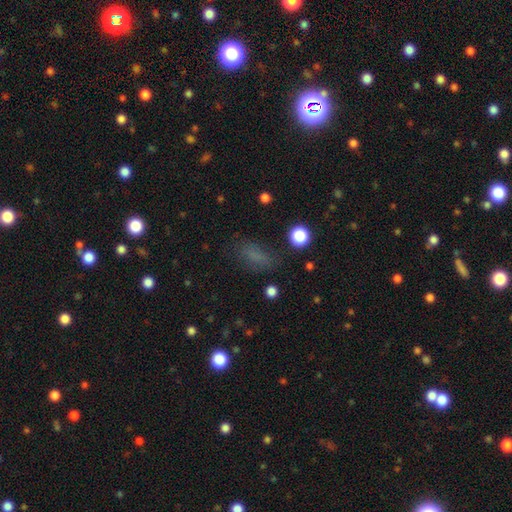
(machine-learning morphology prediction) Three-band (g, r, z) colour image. It shows a smooth galaxy with no disk features (70%) that is in between round and cigar-shaped (75%). Merging: none (71%).